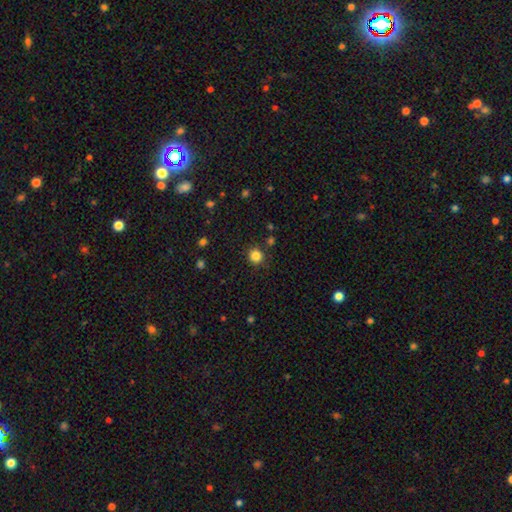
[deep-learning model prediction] Smooth or featured? Predicted: smooth (p=0.84). How rounded? Predicted: round (p=0.92). Merging? Predicted: none (p=0.88).